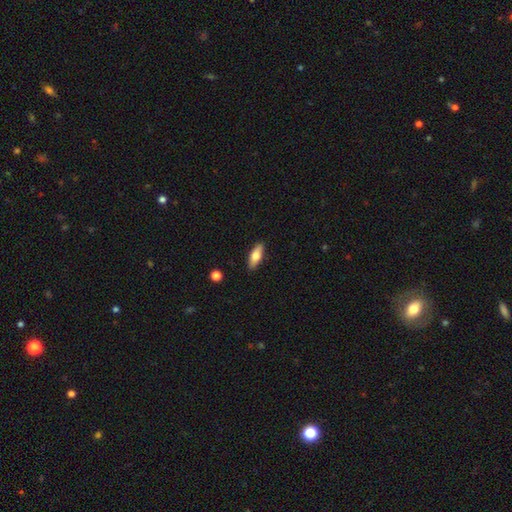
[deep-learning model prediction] Q: Smooth or featured?
A: smooth (68%); runner-up: featured or disk (26%)
Q: How rounded?
A: in between (68%); runner-up: cigar-shaped (30%)
Q: Merging?
A: none (89%); runner-up: minor disturbance (8%)